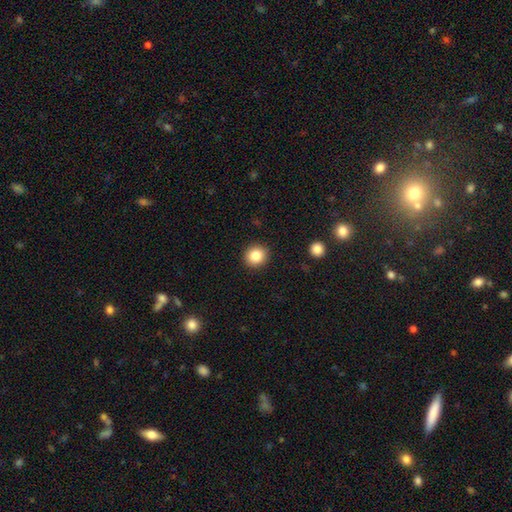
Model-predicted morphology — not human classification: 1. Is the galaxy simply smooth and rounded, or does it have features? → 84% smooth, 10% star or artifact, 6% featured or disk.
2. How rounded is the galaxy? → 88% round, 11% in between, 1% cigar-shaped.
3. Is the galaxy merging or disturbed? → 91% none, 6% minor disturbance, 2% major disturbance, 1% merger.